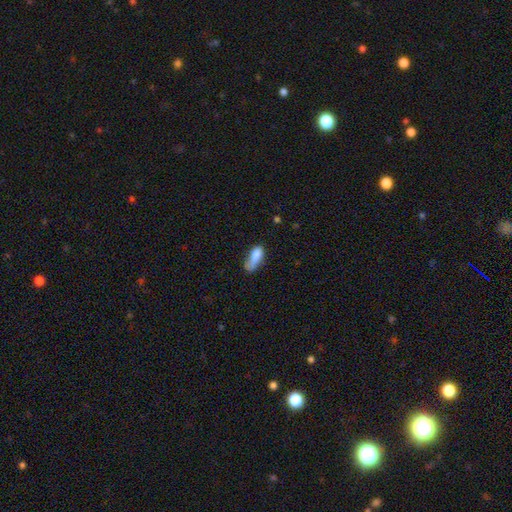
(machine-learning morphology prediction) Smooth or featured: smooth — 80% (featured or disk — 12%)
How rounded: in between — 75% (cigar-shaped — 23%)
Merging: none — 37% (minor disturbance — 34%)